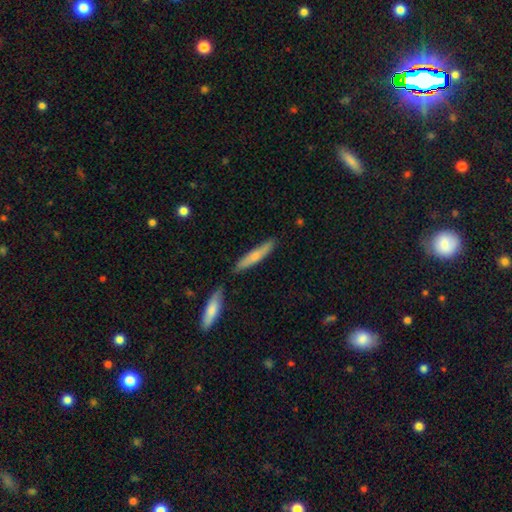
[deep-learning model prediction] A smooth galaxy with no disk features (64%) that is cigar-shaped (89%).

Vote fractions:
- Smooth or featured? smooth: 64% / featured or disk: 31% / star or artifact: 5%
- How rounded? cigar-shaped: 89% / in between: 10% / round: 2%
- Merging? none: 74% / minor disturbance: 13% / merger: 10% / major disturbance: 3%